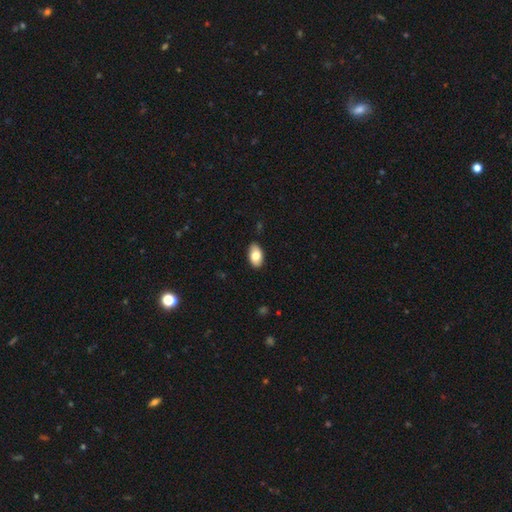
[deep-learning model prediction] Smooth or featured? Predicted: smooth (p=0.79). How rounded? Predicted: in between (p=0.94). Merging? Predicted: none (p=0.84).